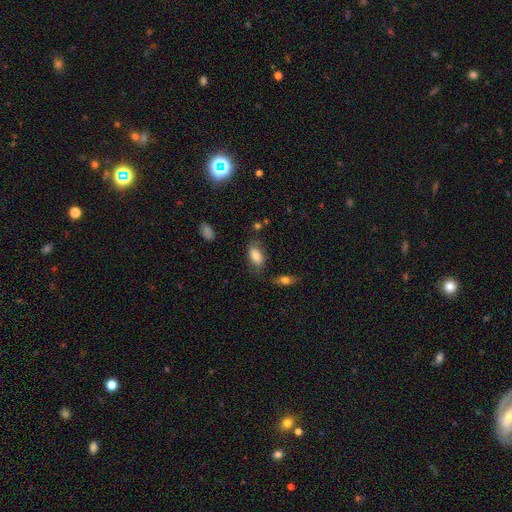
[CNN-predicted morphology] smooth 79%, featured or disk 13%, star or artifact 8%. Down the decision tree: how rounded — in between (91%); merging — none (67%).